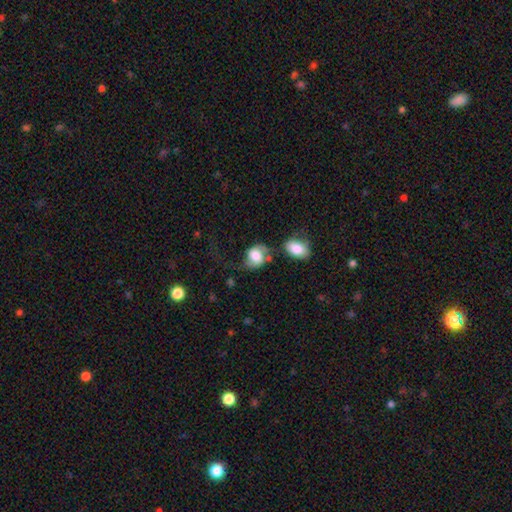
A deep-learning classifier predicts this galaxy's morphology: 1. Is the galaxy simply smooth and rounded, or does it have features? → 55% smooth, 37% featured or disk, 8% star or artifact.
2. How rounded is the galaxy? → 51% round, 48% in between, 1% cigar-shaped.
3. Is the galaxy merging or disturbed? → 36% none, 24% major disturbance, 21% minor disturbance, 19% merger.